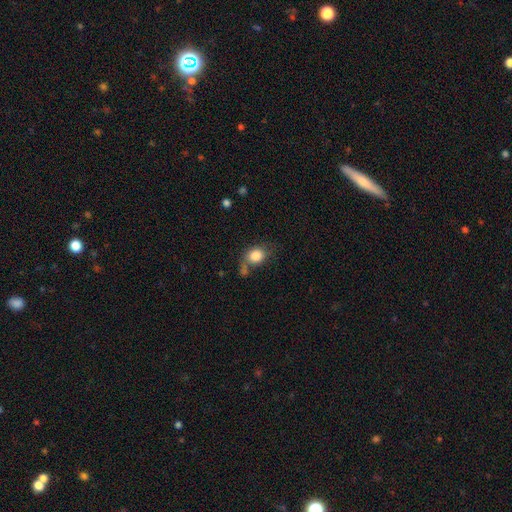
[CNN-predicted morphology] Smooth or featured?
  - smooth: 83% *
  - star or artifact: 8%
  - featured or disk: 8%
How rounded?
  - in between: 52% *
  - round: 47%
  - cigar-shaped: 1%
Merging?
  - none: 52% *
  - minor disturbance: 22%
  - merger: 16%
  - major disturbance: 11%